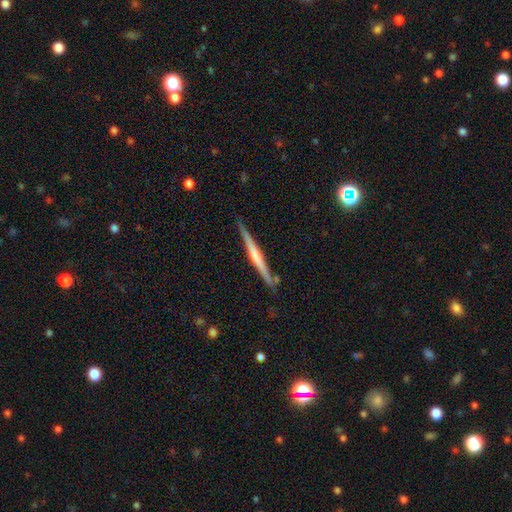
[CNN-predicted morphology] Smooth or featured?
  - featured or disk: 64% *
  - smooth: 31%
  - star or artifact: 5%
Edge-on disk?
  - yes: 98% *
  - no: 2%
Edge-on bulge?
  - none: 45% *
  - rounded: 40%
  - boxy: 15%
Merging?
  - none: 86% *
  - minor disturbance: 10%
  - merger: 2%
  - major disturbance: 2%